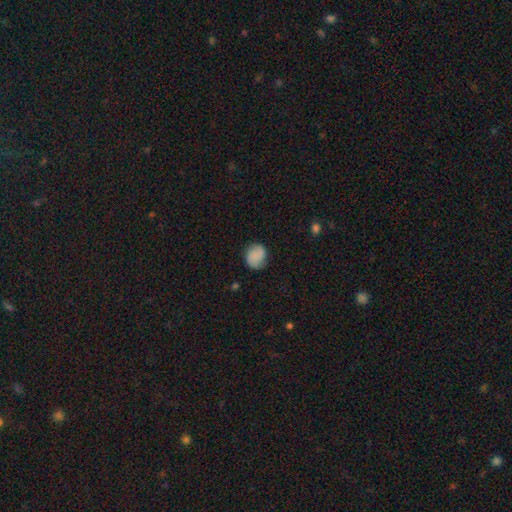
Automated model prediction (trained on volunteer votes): A smooth galaxy with no disk features (75%) that is round (70%). Merging: none (76%).